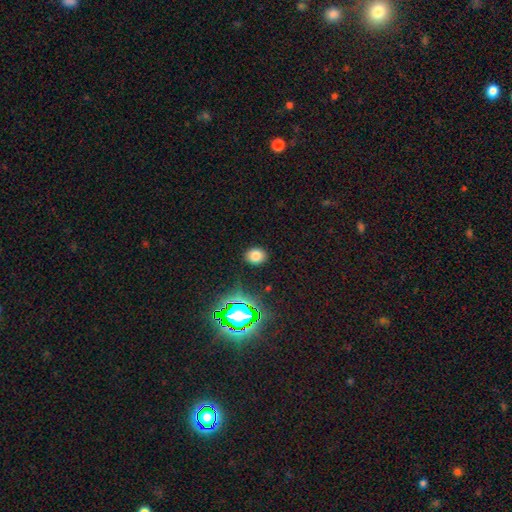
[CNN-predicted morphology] Smooth or featured? Predicted: smooth (p=0.75). How rounded? Predicted: round (p=0.53). Merging? Predicted: none (p=0.88).